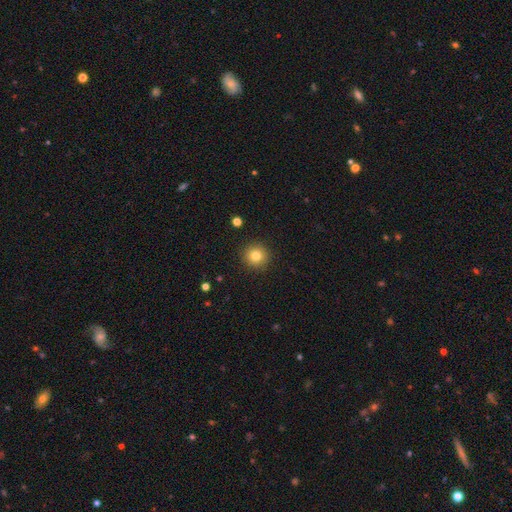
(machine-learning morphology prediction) smooth_or_featured: smooth (p=0.81) [alt: star or artifact p=0.11]
how_rounded: round (p=0.94) [alt: in between p=0.05]
merging: none (p=0.92) [alt: minor disturbance p=0.05]